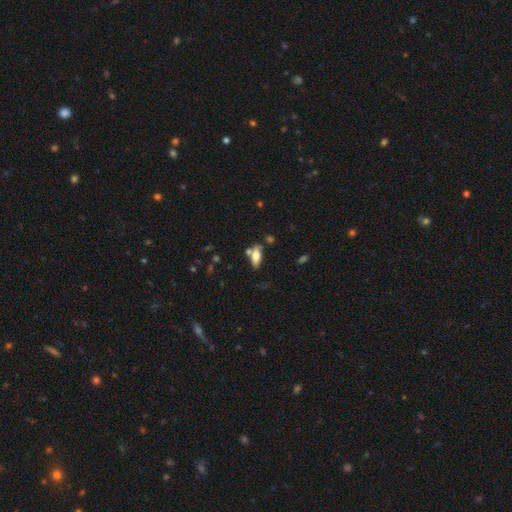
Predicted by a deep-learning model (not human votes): Smooth or featured?
  - smooth: 65% *
  - featured or disk: 27%
  - star or artifact: 8%
How rounded?
  - in between: 73% *
  - cigar-shaped: 24%
  - round: 3%
Merging?
  - none: 61% *
  - merger: 17%
  - minor disturbance: 16%
  - major disturbance: 6%